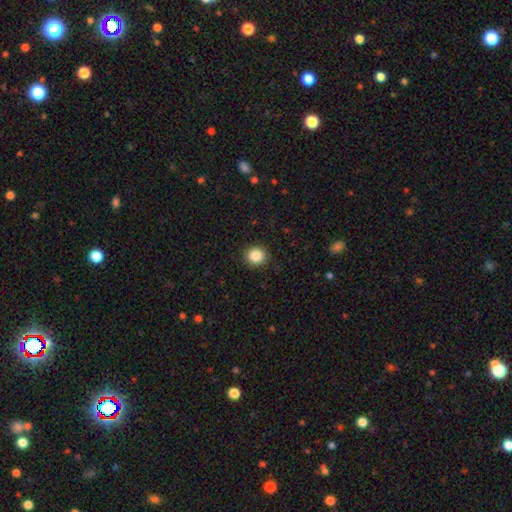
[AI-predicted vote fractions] smooth 86%, star or artifact 9%, featured or disk 4%. Down the decision tree: how rounded — round (87%); merging — none (90%).